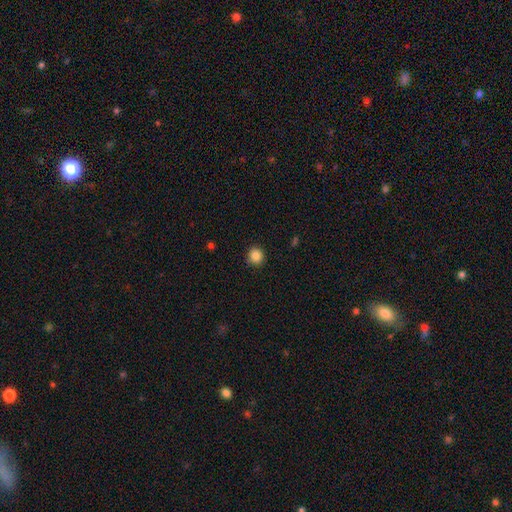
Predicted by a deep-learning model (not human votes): smooth 87%, star or artifact 10%, featured or disk 3%. Down the decision tree: how rounded — round (89%); merging — none (91%).